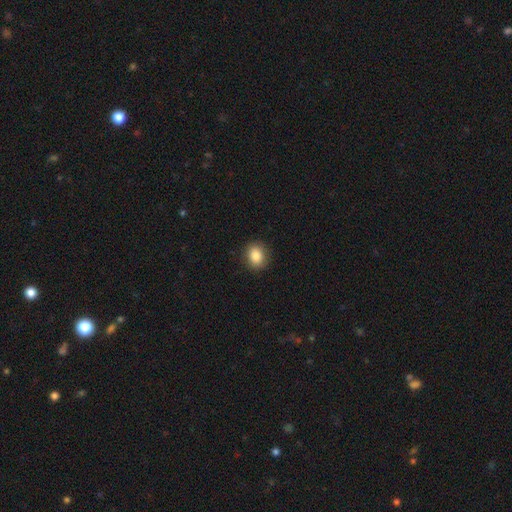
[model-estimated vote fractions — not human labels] This is clearly a smooth galaxy (86%). How rounded: likely round (63%). Merging: clearly none (89%).